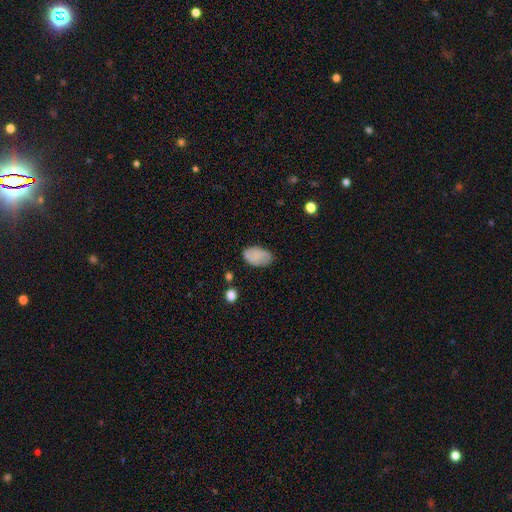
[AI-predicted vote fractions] A smooth galaxy with no disk features (72%) that is in between round and cigar-shaped (92%). Merging: none (68%).